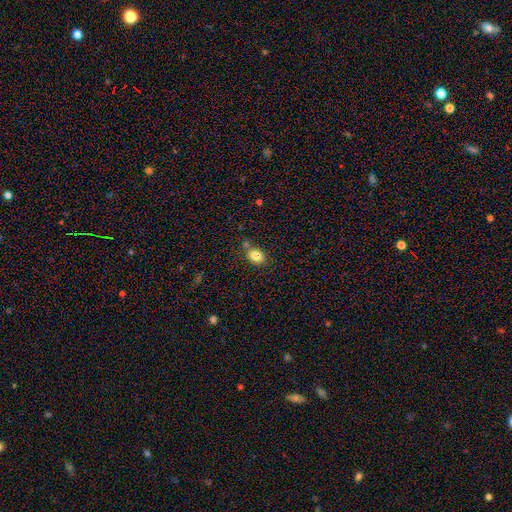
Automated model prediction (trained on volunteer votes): Smooth or featured? smooth (83%)
How rounded? in between (71%)
Merging? none (69%)